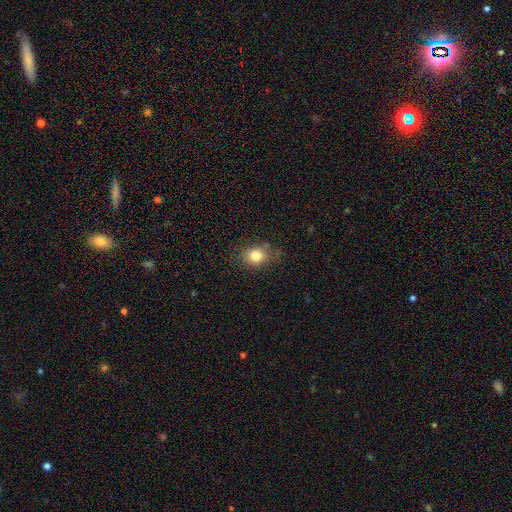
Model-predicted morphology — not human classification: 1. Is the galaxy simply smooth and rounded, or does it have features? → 82% smooth, 10% star or artifact, 8% featured or disk.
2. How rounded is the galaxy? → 51% in between, 48% round, 1% cigar-shaped.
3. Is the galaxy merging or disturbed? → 71% none, 21% minor disturbance, 6% major disturbance, 2% merger.